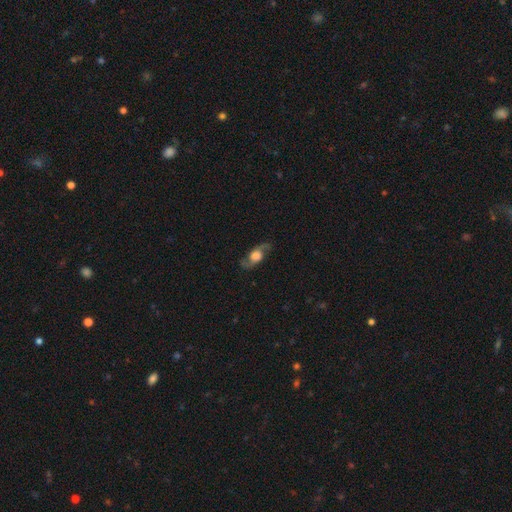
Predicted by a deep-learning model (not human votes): Smooth or featured: featured or disk — 71% (smooth — 22%)
Edge-on disk: no — 83% (yes — 17%)
Bar: no — 69% (weak — 26%)
Spiral arms: yes — 87% (no — 13%)
Spiral winding: loose — 55% (medium — 36%)
Spiral arm count: 2 — 92% (can't tell — 3%)
Bulge size: large — 59% (moderate — 18%)
Merging: none — 79% (minor disturbance — 13%)